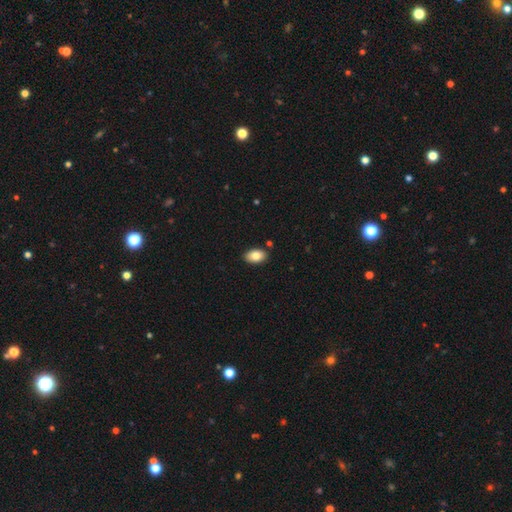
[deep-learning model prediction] Smooth or featured?
  - smooth: 82% *
  - featured or disk: 10%
  - star or artifact: 7%
How rounded?
  - in between: 91% *
  - round: 7%
  - cigar-shaped: 1%
Merging?
  - none: 88% *
  - minor disturbance: 9%
  - merger: 2%
  - major disturbance: 2%